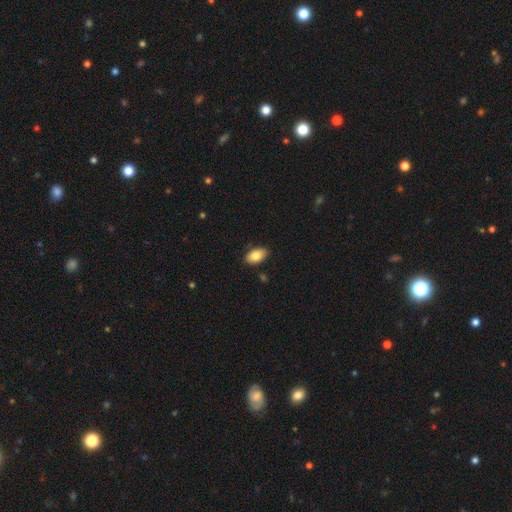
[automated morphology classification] smooth-or-featured: smooth: 85% | featured or disk: 8% | star or artifact: 7%
  how-rounded: in between: 93% | round: 5% | cigar-shaped: 2%
  merging: none: 84% | minor disturbance: 12% | major disturbance: 2% | merger: 2%